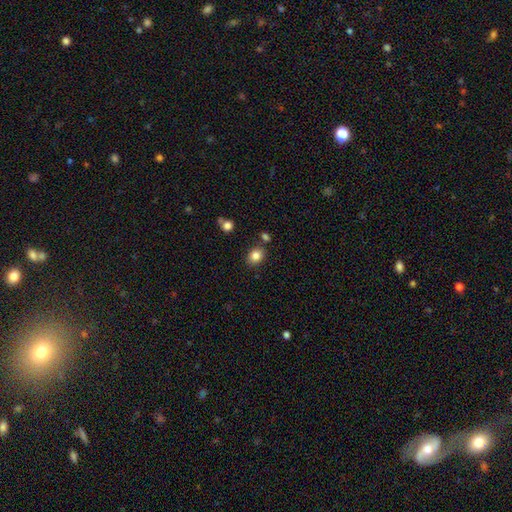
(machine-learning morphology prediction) Smooth or featured? Predicted: smooth (p=0.84). How rounded? Predicted: in between (p=0.54). Merging? Predicted: none (p=0.79).